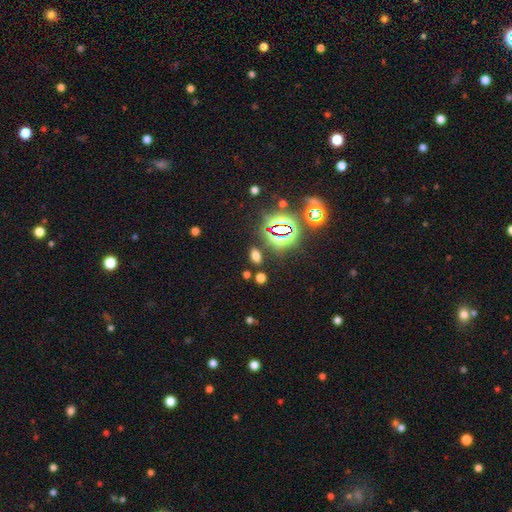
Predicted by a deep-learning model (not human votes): smooth-or-featured: smooth: 55% | star or artifact: 37% | featured or disk: 8%
  how-rounded: in between: 84% | round: 12% | cigar-shaped: 4%
  merging: none: 82% | minor disturbance: 9% | merger: 5% | major disturbance: 4%